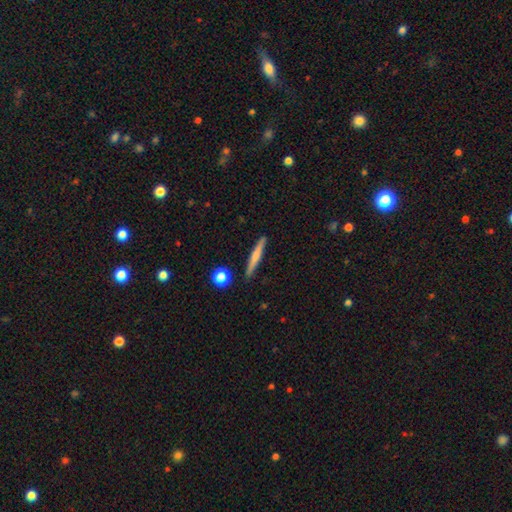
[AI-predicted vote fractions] This appears to be a smooth galaxy with no disk features (57%) that is cigar-shaped (94%). Merging: none (89%).